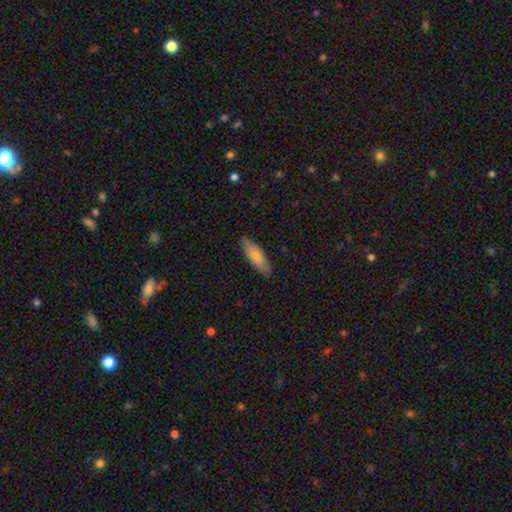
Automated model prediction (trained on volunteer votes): Overall: smooth (74%). How rounded: in between (52%; cigar-shaped 46%). Merging: none (87%).